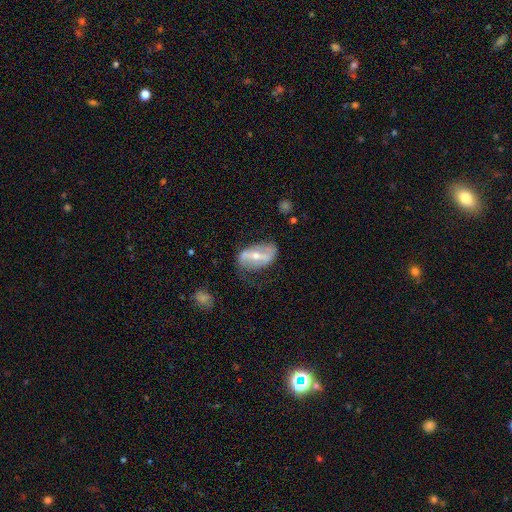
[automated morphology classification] A featured or disk galaxy (72%) with a strong bar (64%), spiral arms (66%) and a moderate central bulge (54%). Merging: none (61%).